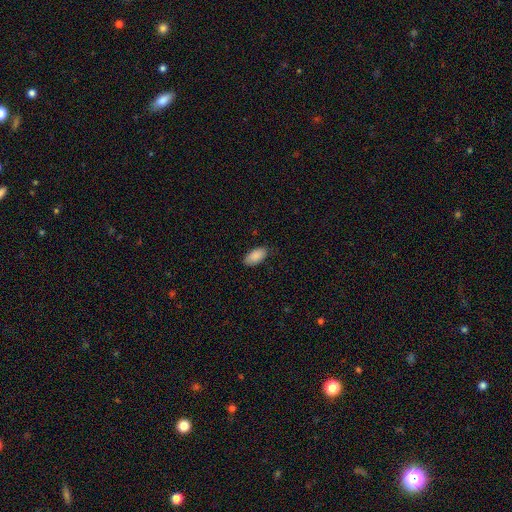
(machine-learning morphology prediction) This appears to be a smooth galaxy with no disk features (89%) that is in between round and cigar-shaped (94%). Merging: none (81%).